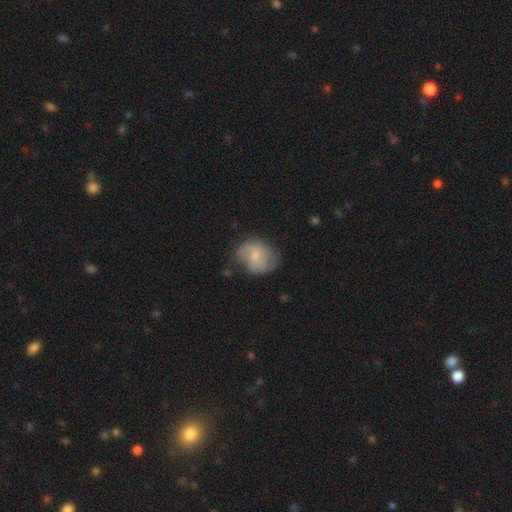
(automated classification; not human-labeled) Q: Smooth or featured?
A: featured or disk (53%); runner-up: smooth (40%)
Q: Edge-on disk?
A: no (97%); runner-up: yes (3%)
Q: Bar?
A: no (51%); runner-up: weak (42%)
Q: Spiral arms?
A: yes (83%); runner-up: no (17%)
Q: Bulge size?
A: small (46%); runner-up: moderate (38%)
Q: Merging?
A: none (62%); runner-up: minor disturbance (26%)